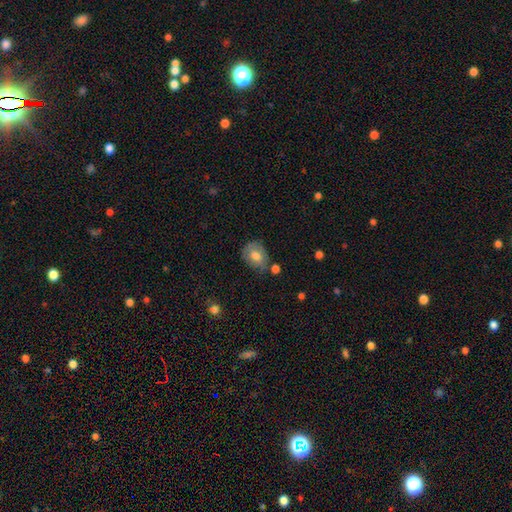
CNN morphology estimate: type=smooth (69%); roundness=in between (62%); merging=none (60%).